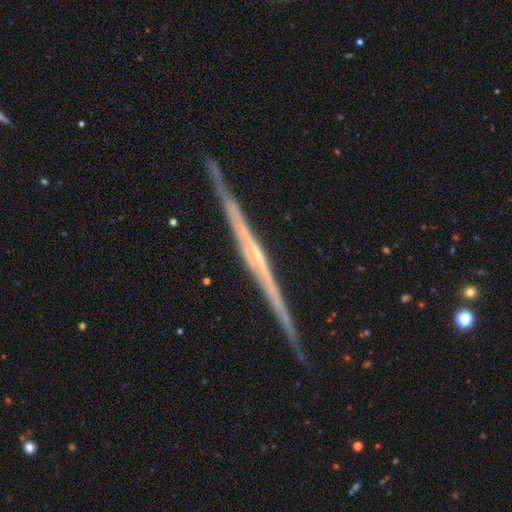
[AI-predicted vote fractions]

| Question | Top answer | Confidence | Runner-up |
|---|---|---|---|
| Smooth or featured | featured or disk | 85% | smooth (9%) |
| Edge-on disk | yes | 98% | no (2%) |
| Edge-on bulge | none | 51% | rounded (38%) |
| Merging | none | 91% | minor disturbance (7%) |